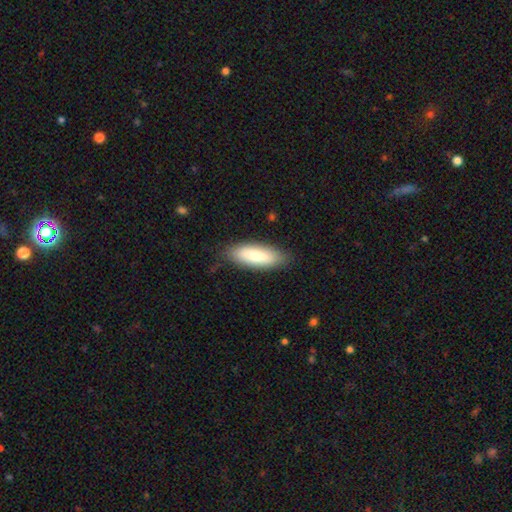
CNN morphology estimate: Smooth or featured? smooth (76%)
How rounded? in between (67%)
Merging? none (82%)